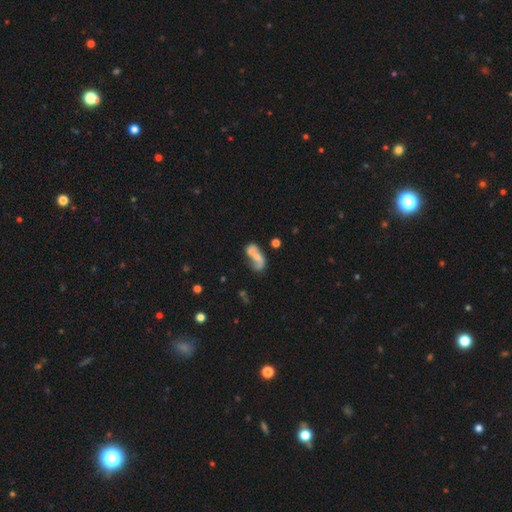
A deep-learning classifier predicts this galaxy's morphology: Smooth or featured? Predicted: smooth (p=0.46). Merging? Predicted: merger (p=0.59).